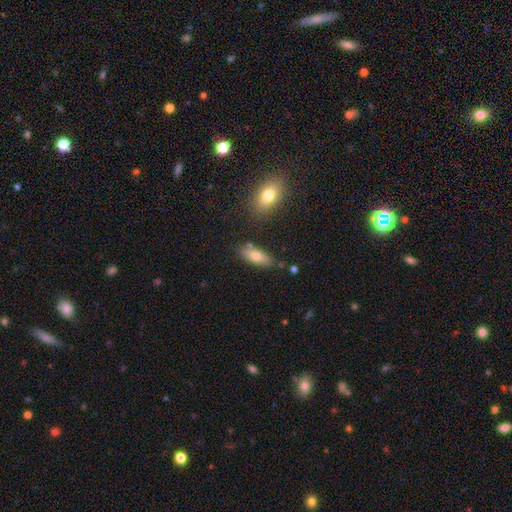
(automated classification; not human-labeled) Smooth or featured? Predicted: smooth (p=0.73). How rounded? Predicted: in between (p=0.79). Merging? Predicted: none (p=0.77).